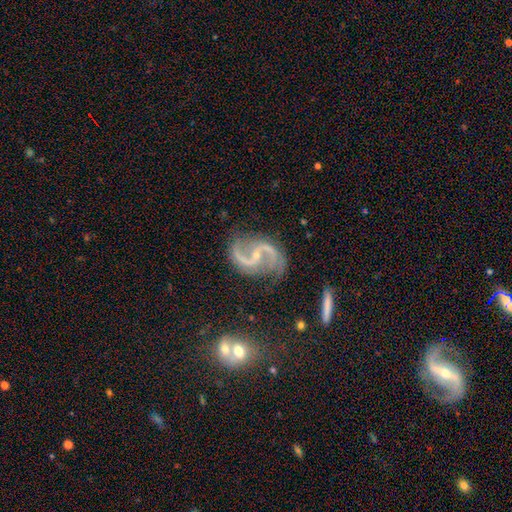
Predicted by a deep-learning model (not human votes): Morphology: type=featured or disk (92%); edge-on=no (98%); bar=weak (43%); spiral arms=yes (98%); winding=loose (53%); arm count=2 (94%); bulge=small (74%); merging=none (74%).